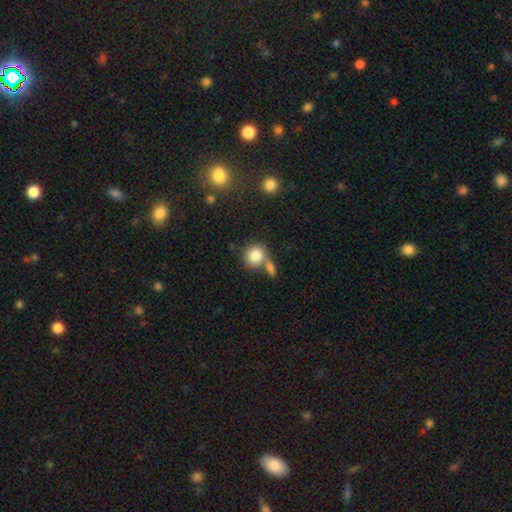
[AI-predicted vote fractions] Overall: smooth (82%). How rounded: round (82%). Merging: none (50%; merger 34%).